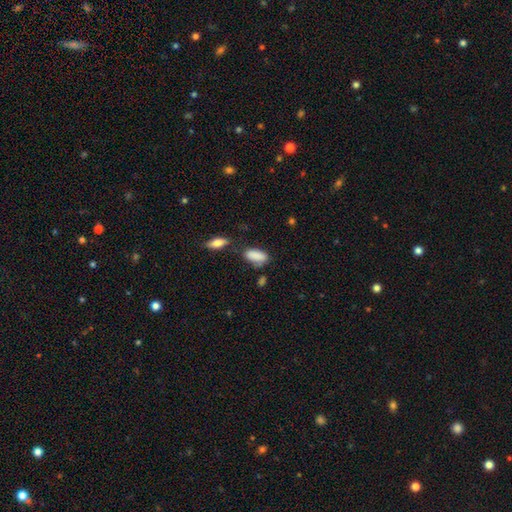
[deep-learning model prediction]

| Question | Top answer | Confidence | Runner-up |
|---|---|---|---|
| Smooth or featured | smooth | 87% | star or artifact (7%) |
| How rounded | in between | 87% | cigar-shaped (10%) |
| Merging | none | 62% | minor disturbance (22%) |